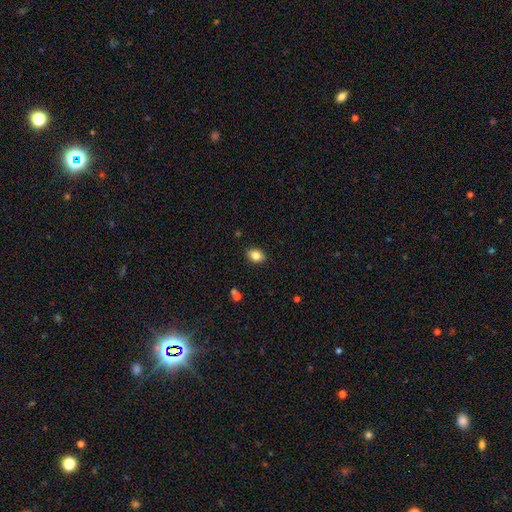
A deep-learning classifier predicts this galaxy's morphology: Q: Smooth or featured?
A: smooth (83%); runner-up: star or artifact (9%)
Q: How rounded?
A: in between (76%); runner-up: round (23%)
Q: Merging?
A: none (88%); runner-up: minor disturbance (8%)